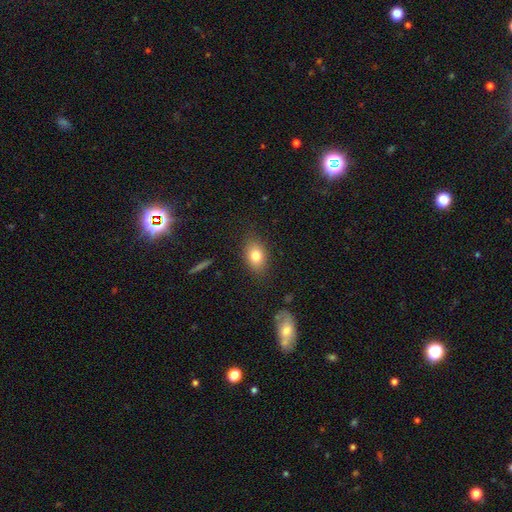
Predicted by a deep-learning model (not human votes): Smooth or featured: smooth — 79% (featured or disk — 12%)
How rounded: in between — 79% (round — 19%)
Merging: none — 82% (minor disturbance — 13%)